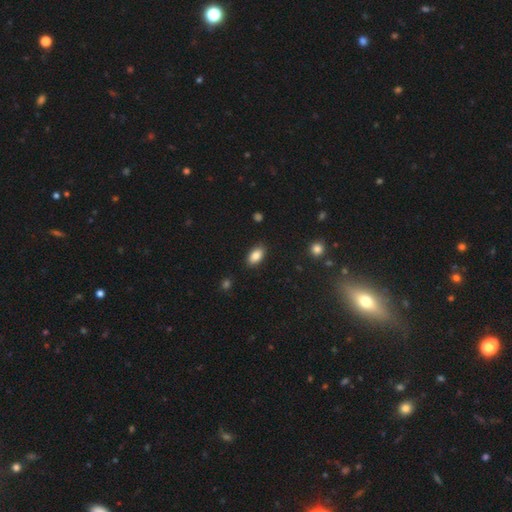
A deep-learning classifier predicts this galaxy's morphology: Overall: smooth (85%). How rounded: in between (92%). Merging: none (87%).